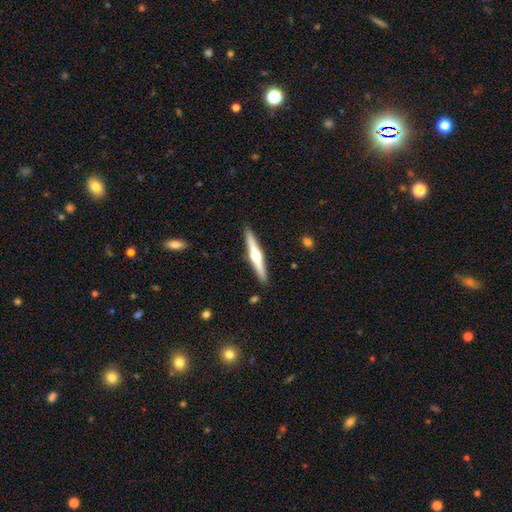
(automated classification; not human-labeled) A featured or disk galaxy (72%) viewed edge-on (98%) with a rounded central bulge (95%).

Vote fractions:
- Smooth or featured? featured or disk: 72% / smooth: 23% / star or artifact: 5%
- Edge-on disk? yes: 98% / no: 2%
- Edge-on bulge? rounded: 95% / none: 3% / boxy: 2%
- Merging? none: 91% / minor disturbance: 6% / major disturbance: 1% / merger: 1%